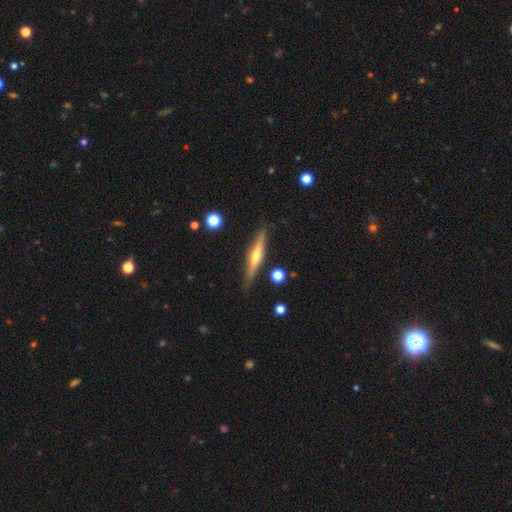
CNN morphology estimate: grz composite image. It shows a featured or disk galaxy (65%) viewed edge-on (96%) with a rounded central bulge (84%). Merging: none (87%).